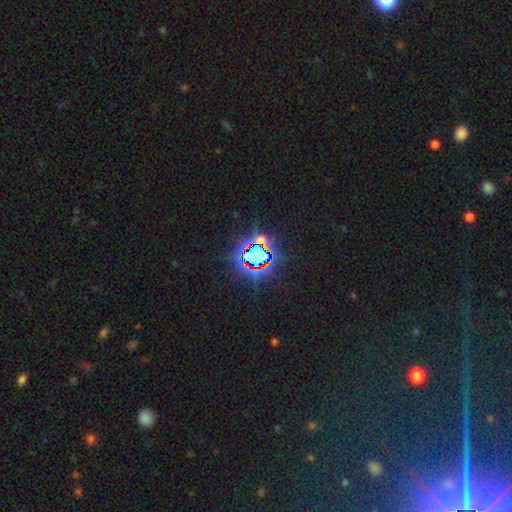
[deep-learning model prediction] This is likely a star or artifact rather than a galaxy (78%).